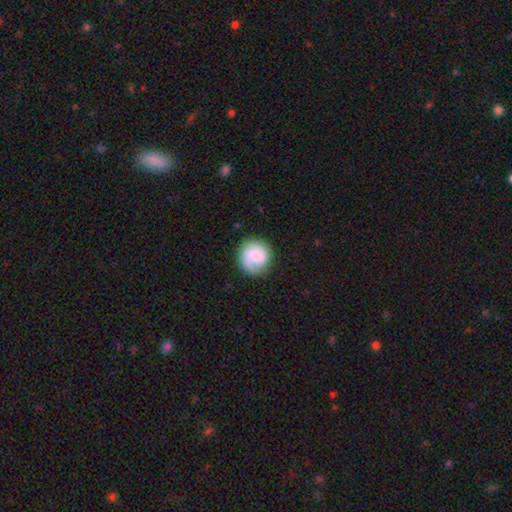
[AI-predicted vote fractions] A smooth galaxy with no disk features (59%) that is round (90%).

Vote fractions:
- Smooth or featured? smooth: 59% / featured or disk: 34% / star or artifact: 7%
- How rounded? round: 90% / in between: 9% / cigar-shaped: 1%
- Merging? none: 80% / minor disturbance: 13% / major disturbance: 5% / merger: 1%